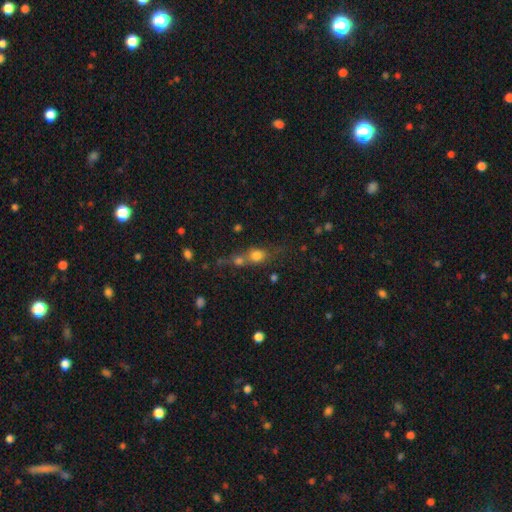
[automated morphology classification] smooth-or-featured: smooth: 70% | featured or disk: 15% | star or artifact: 14%
  how-rounded: round: 58% | in between: 35% | cigar-shaped: 7%
  merging: merger: 53% | none: 30% | minor disturbance: 9% | major disturbance: 7%